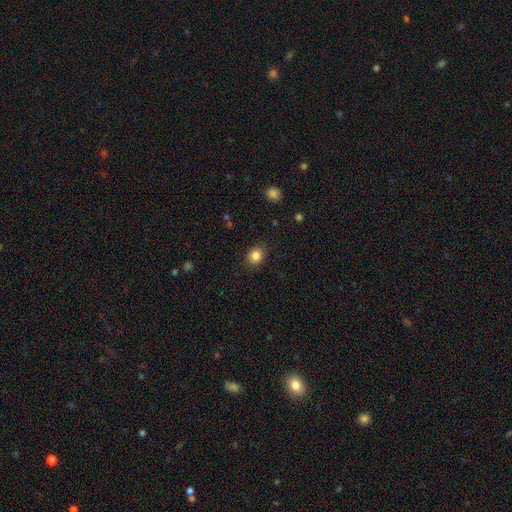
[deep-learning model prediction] smooth 84%, star or artifact 10%, featured or disk 5%. Down the decision tree: how rounded — round (64%); merging — none (87%).